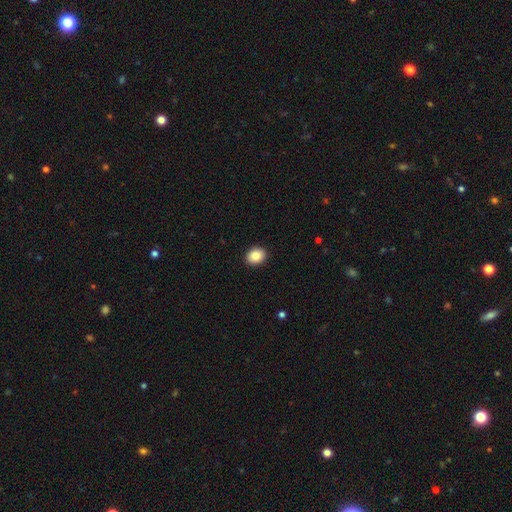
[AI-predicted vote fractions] A smooth galaxy with no disk features (86%) that is round (52%).

Vote fractions:
- Smooth or featured? smooth: 86% / star or artifact: 8% / featured or disk: 6%
- How rounded? round: 52% / in between: 47% / cigar-shaped: 1%
- Merging? none: 91% / minor disturbance: 6% / major disturbance: 2% / merger: 1%